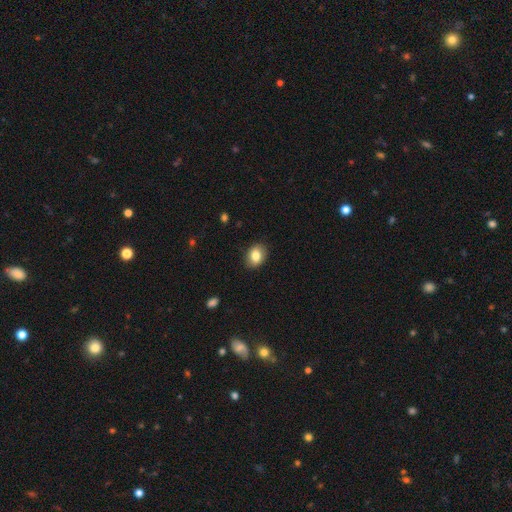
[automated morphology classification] A smooth galaxy with no disk features (83%) that is in between round and cigar-shaped (64%). Merging: none (88%).